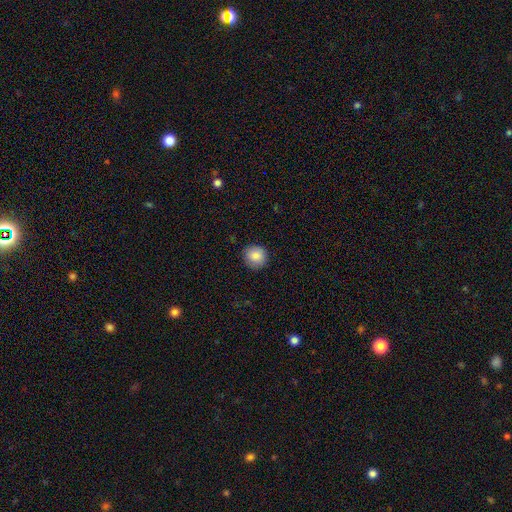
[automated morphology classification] smooth-or-featured: smooth: 86% | star or artifact: 8% | featured or disk: 5%
  how-rounded: round: 92% | in between: 7% | cigar-shaped: 1%
  merging: none: 89% | minor disturbance: 8% | major disturbance: 2% | merger: 1%